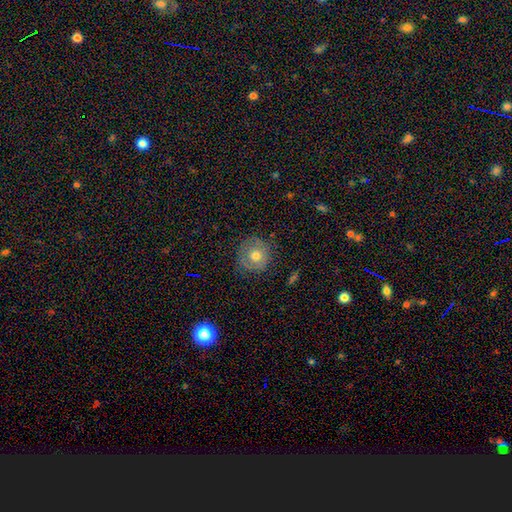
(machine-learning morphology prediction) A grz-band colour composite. It shows a smooth galaxy with no disk features (59%) that is round (92%). Merging: none (80%).